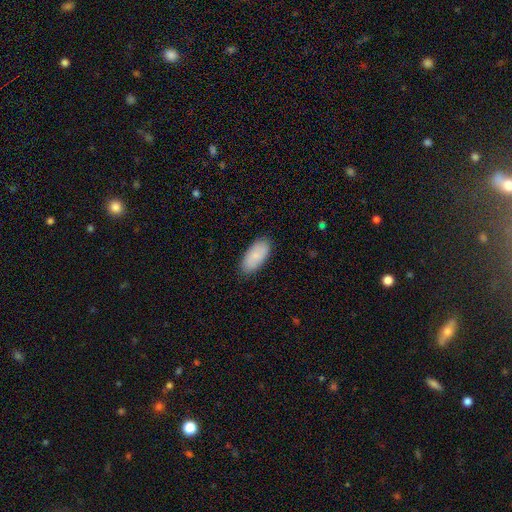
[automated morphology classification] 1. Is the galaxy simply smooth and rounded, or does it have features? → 82% smooth, 12% featured or disk, 6% star or artifact.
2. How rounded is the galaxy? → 93% in between, 5% cigar-shaped, 2% round.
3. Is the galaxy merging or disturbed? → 87% none, 10% minor disturbance, 2% major disturbance, 1% merger.